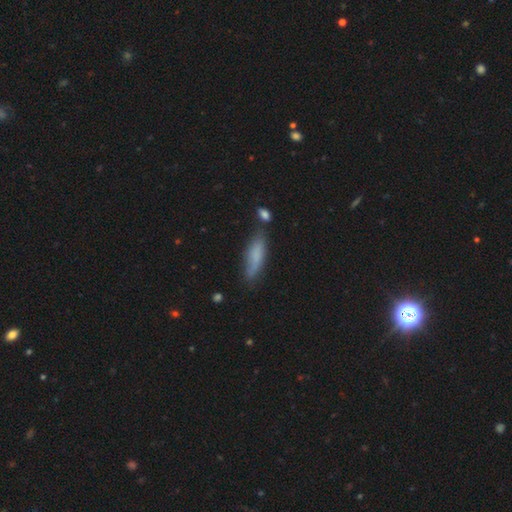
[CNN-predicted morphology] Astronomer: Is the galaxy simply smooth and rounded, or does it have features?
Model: smooth — 74%.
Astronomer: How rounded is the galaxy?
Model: cigar-shaped — 64%.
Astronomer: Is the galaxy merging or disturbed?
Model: none — 65%.